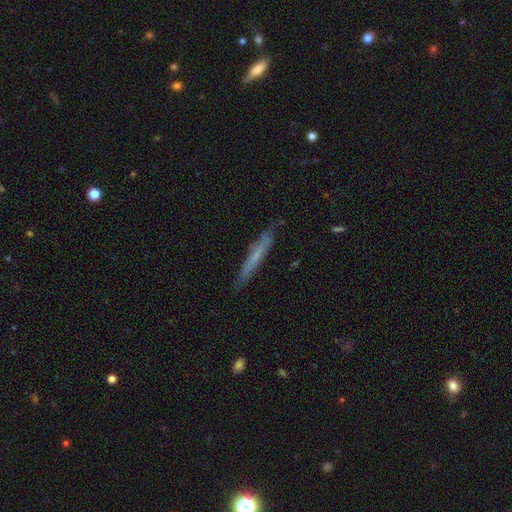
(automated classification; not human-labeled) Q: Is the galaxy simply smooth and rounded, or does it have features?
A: smooth — 50%.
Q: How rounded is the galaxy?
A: cigar-shaped — 95%.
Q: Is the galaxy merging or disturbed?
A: none — 81%.